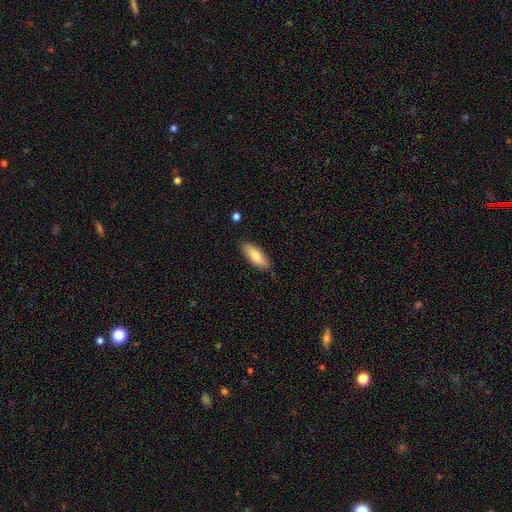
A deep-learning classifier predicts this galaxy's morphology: smooth_or_featured: smooth (p=0.79) [alt: featured or disk p=0.15]
how_rounded: in between (p=0.76) [alt: cigar-shaped p=0.22]
merging: none (p=0.83) [alt: minor disturbance p=0.13]